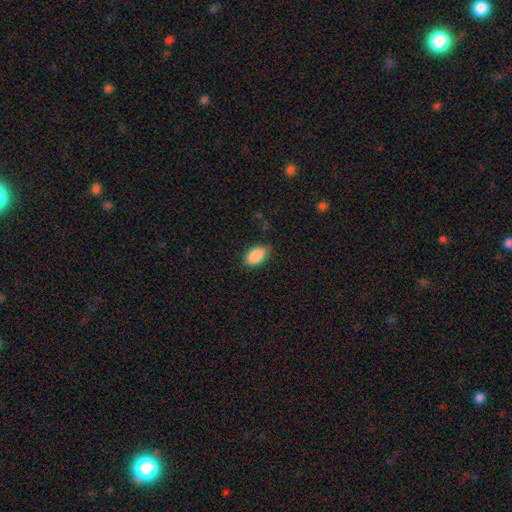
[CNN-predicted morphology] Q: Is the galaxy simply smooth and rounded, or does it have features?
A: smooth — 90%.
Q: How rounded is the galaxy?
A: in between — 93%.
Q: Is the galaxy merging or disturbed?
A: none — 80%.